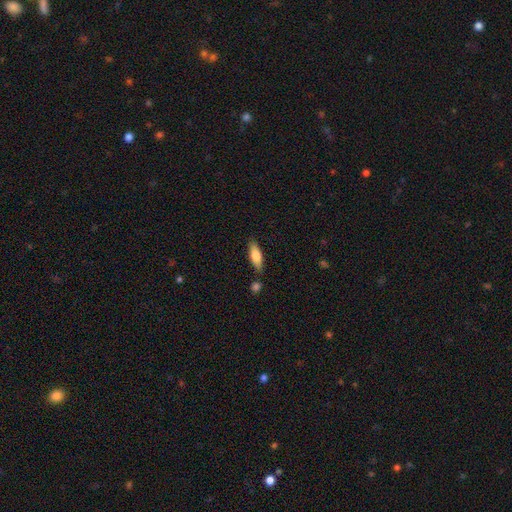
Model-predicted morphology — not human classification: Overall: smooth (76%). How rounded: in between (55%; cigar-shaped 43%). Merging: none (79%).